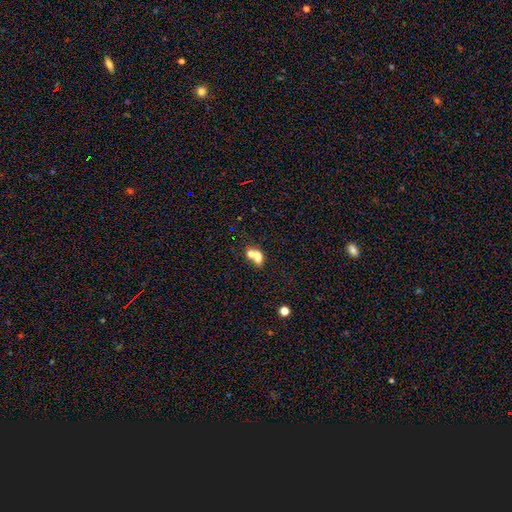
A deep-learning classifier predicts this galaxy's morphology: type=smooth (68%); roundness=in between (62%); merging=merger (67%).